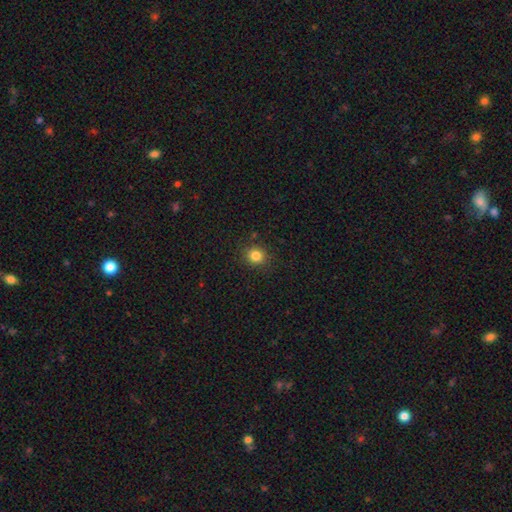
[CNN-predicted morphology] smooth 83%, star or artifact 12%, featured or disk 4%. Down the decision tree: how rounded — round (86%); merging — none (88%).